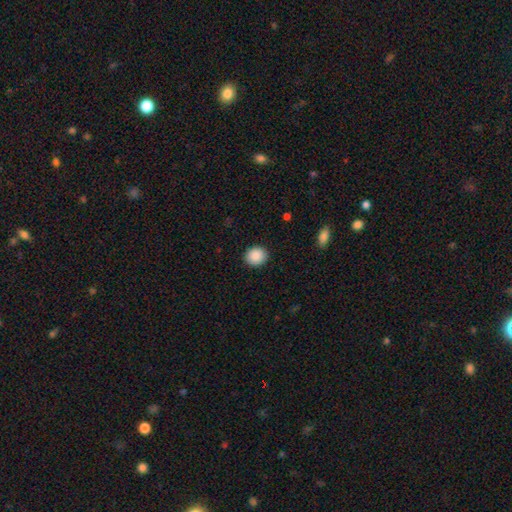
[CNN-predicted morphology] This is clearly a smooth galaxy (89%). How rounded: likely round (77%). Merging: clearly none (91%).